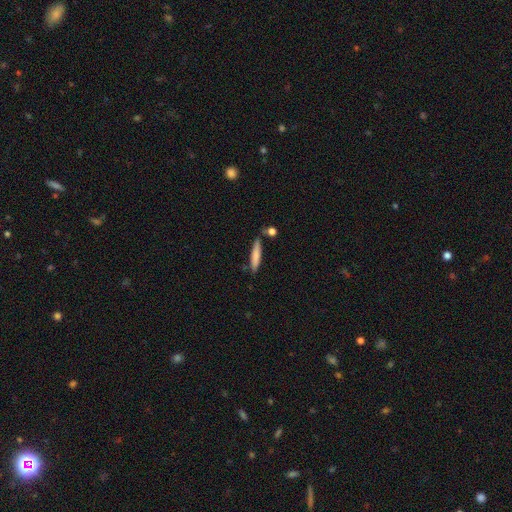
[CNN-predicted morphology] Smooth or featured? Predicted: smooth (p=0.75). How rounded? Predicted: cigar-shaped (p=0.89). Merging? Predicted: none (p=0.77).